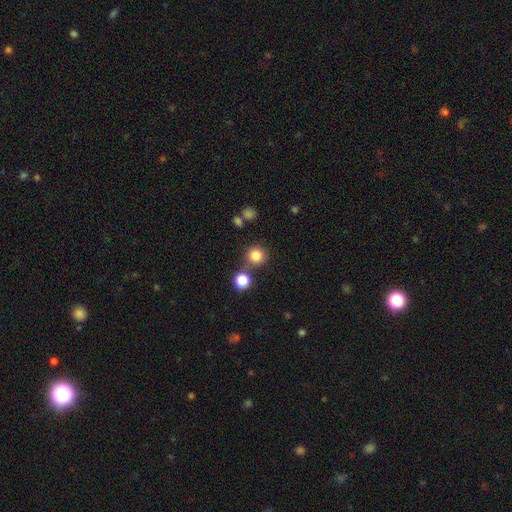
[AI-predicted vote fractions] Smooth or featured? Predicted: smooth (p=0.82). How rounded? Predicted: round (p=0.93). Merging? Predicted: none (p=0.74).